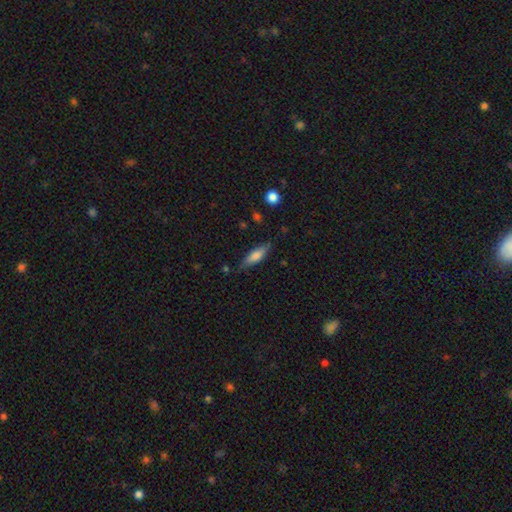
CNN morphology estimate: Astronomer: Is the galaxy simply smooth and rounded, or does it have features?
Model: smooth — 66%.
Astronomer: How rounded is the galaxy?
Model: cigar-shaped — 53% (runner-up: in between, 45%).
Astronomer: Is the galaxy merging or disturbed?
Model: none — 76%.